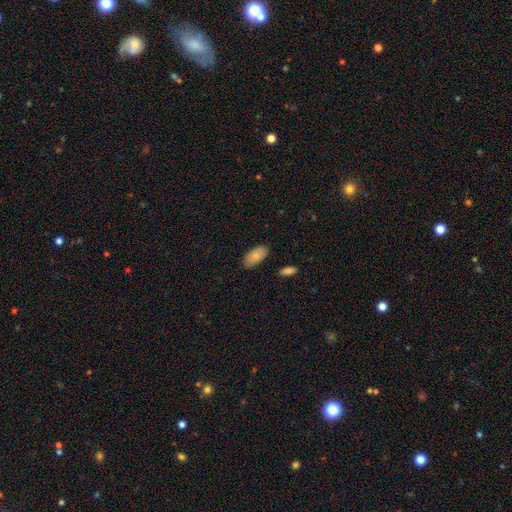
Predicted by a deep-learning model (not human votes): A smooth galaxy with no disk features (82%) that is in between round and cigar-shaped (94%).

Vote fractions:
- Smooth or featured? smooth: 82% / featured or disk: 11% / star or artifact: 6%
- How rounded? in between: 94% / cigar-shaped: 4% / round: 2%
- Merging? none: 85% / minor disturbance: 11% / major disturbance: 2% / merger: 2%